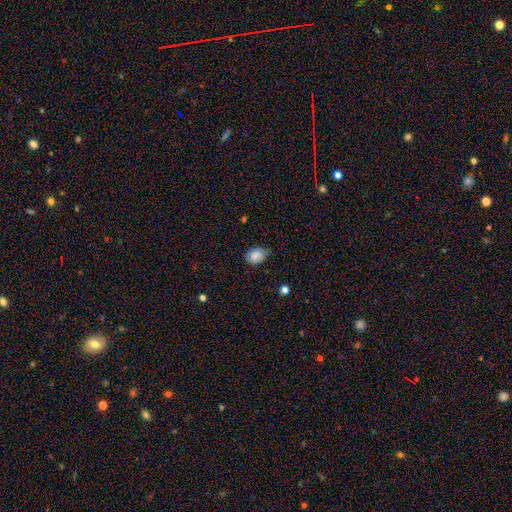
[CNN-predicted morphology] smooth 84%, star or artifact 9%, featured or disk 7%. Down the decision tree: how rounded — in between (54%); merging — none (58%).